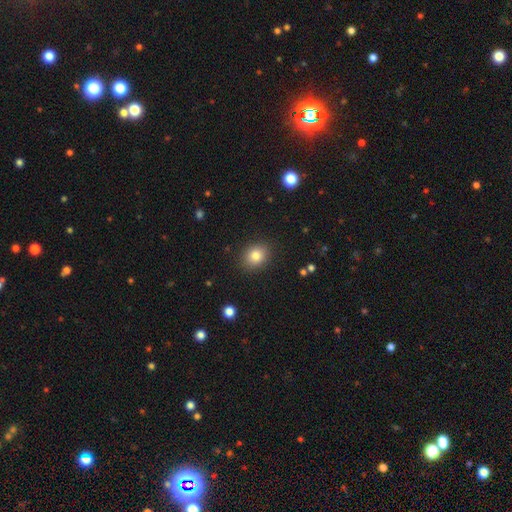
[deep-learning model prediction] smooth-or-featured: smooth: 82% | star or artifact: 11% | featured or disk: 7%
  how-rounded: round: 62% | in between: 37% | cigar-shaped: 1%
  merging: none: 88% | minor disturbance: 8% | major disturbance: 2% | merger: 1%